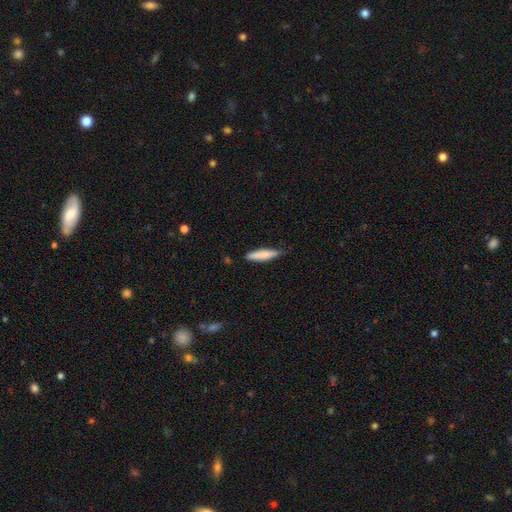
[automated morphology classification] Smooth or featured: smooth — 81% (featured or disk — 13%)
How rounded: cigar-shaped — 83% (in between — 15%)
Merging: none — 75% (minor disturbance — 20%)